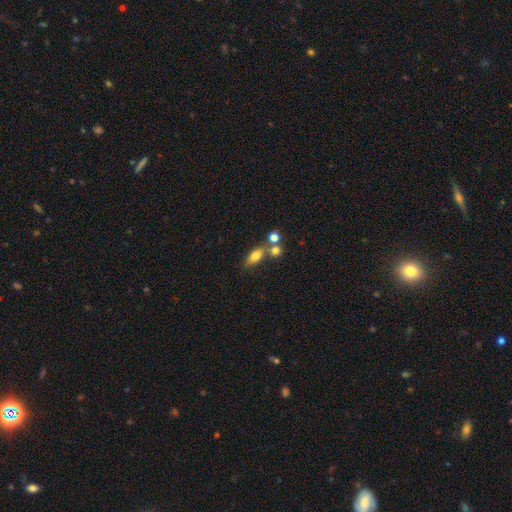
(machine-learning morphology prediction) This appears to be a smooth galaxy with no disk features (74%) that is in between round and cigar-shaped (72%). Merging: none (52%).